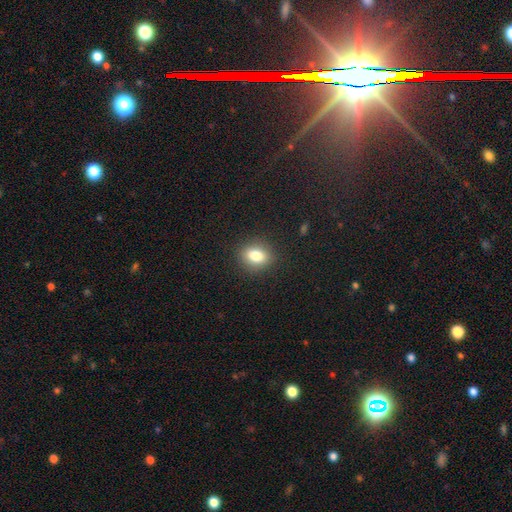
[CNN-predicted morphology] Smooth or featured?
  - smooth: 82% *
  - star or artifact: 10%
  - featured or disk: 8%
How rounded?
  - in between: 55% *
  - round: 43%
  - cigar-shaped: 2%
Merging?
  - none: 88% *
  - minor disturbance: 9%
  - major disturbance: 3%
  - merger: 1%